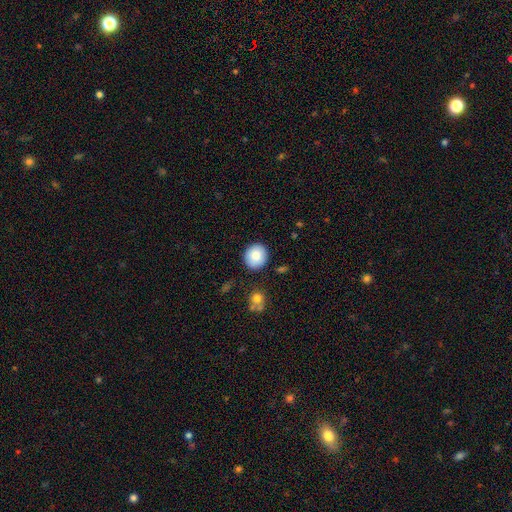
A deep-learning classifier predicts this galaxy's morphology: Overall: smooth (86%). How rounded: round (87%). Merging: none (88%).